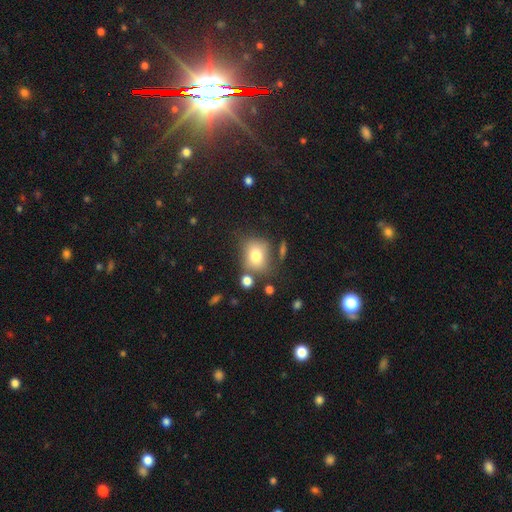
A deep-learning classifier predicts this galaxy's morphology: Smooth or featured: smooth — 75% (featured or disk — 14%)
How rounded: round — 60% (in between — 39%)
Merging: none — 66% (minor disturbance — 18%)